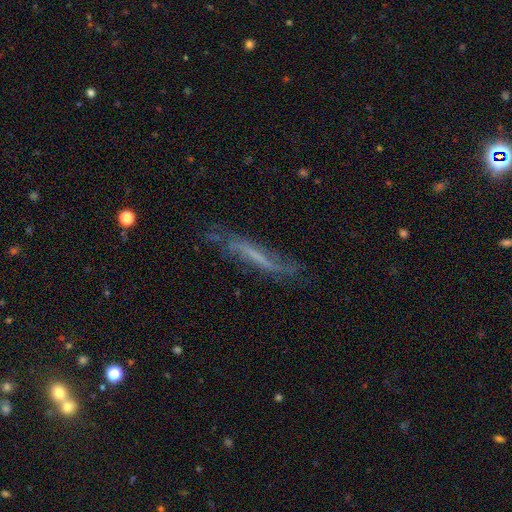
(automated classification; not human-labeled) Smooth or featured? Predicted: featured or disk (p=0.60). Edge-on disk? Predicted: yes (p=0.59). Merging? Predicted: none (p=0.61).